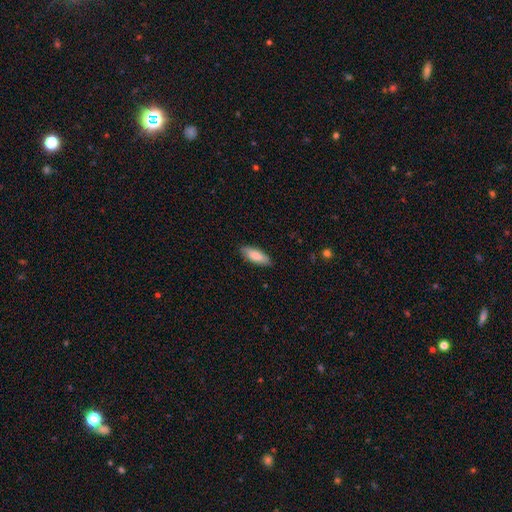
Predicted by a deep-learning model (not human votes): Overall: smooth (80%). How rounded: in between (68%; cigar-shaped 30%). Merging: none (87%).